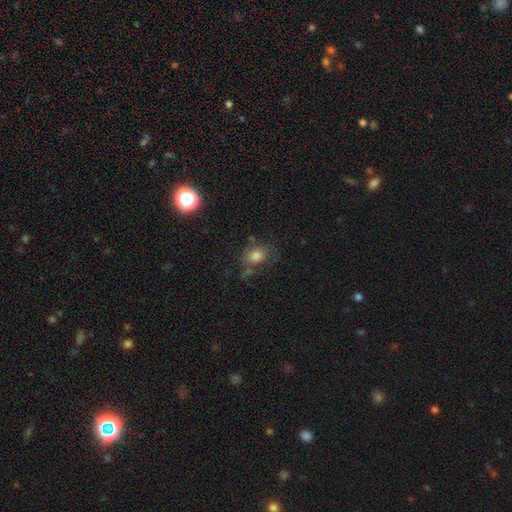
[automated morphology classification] Smooth or featured? smooth (72%)
How rounded? in between (65%)
Merging? none (59%)